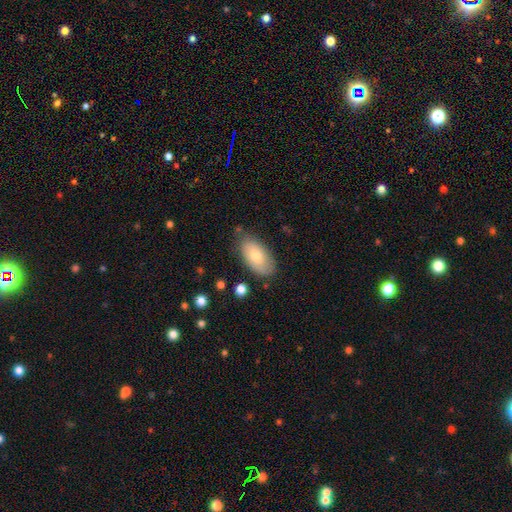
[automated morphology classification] Smooth or featured? Predicted: smooth (p=0.73). How rounded? Predicted: in between (p=0.94). Merging? Predicted: none (p=0.75).